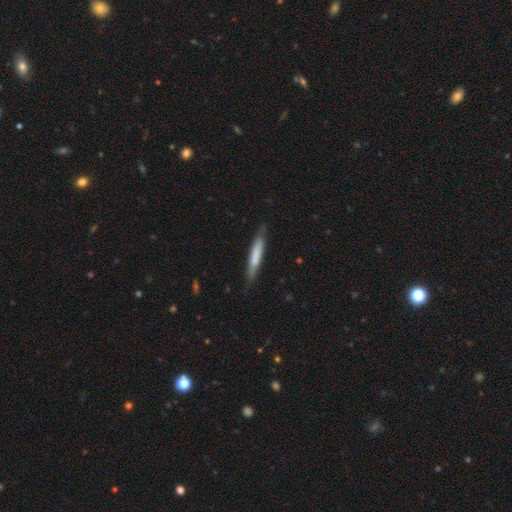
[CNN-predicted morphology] type=smooth (66%); roundness=cigar-shaped (91%); merging=none (79%).